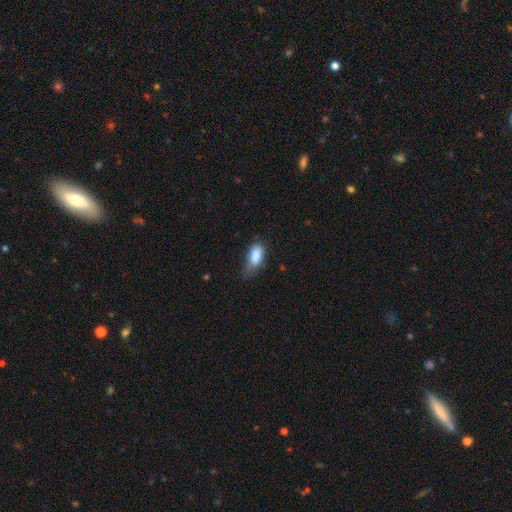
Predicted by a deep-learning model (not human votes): Overall: smooth (84%). How rounded: in between (87%). Merging: minor disturbance (43%; none 36%).